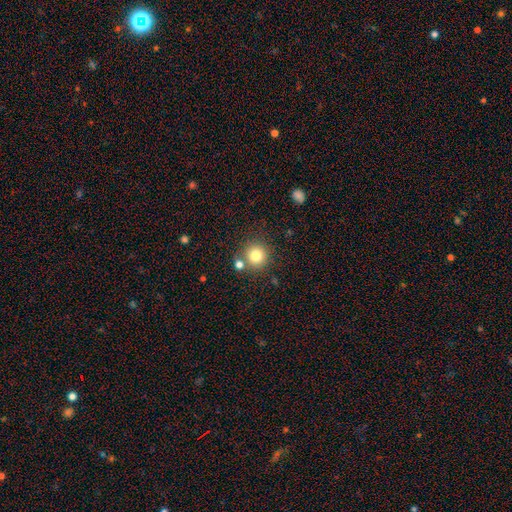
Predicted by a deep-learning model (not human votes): Smooth or featured: smooth — 80% (star or artifact — 12%)
How rounded: round — 93% (in between — 6%)
Merging: none — 77% (merger — 12%)